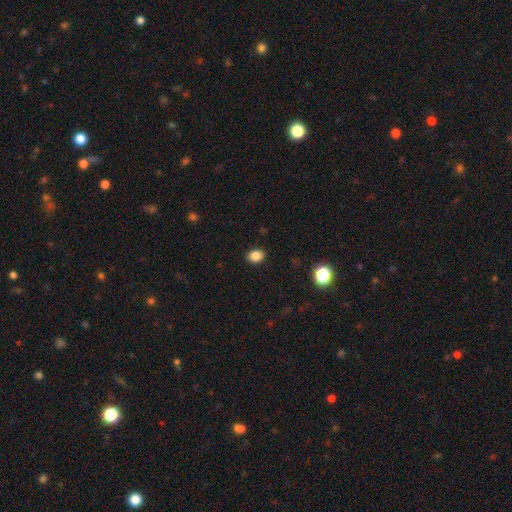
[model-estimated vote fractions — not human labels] Smooth or featured: smooth — 85% (star or artifact — 11%)
How rounded: in between — 57% (round — 42%)
Merging: none — 90% (minor disturbance — 7%)